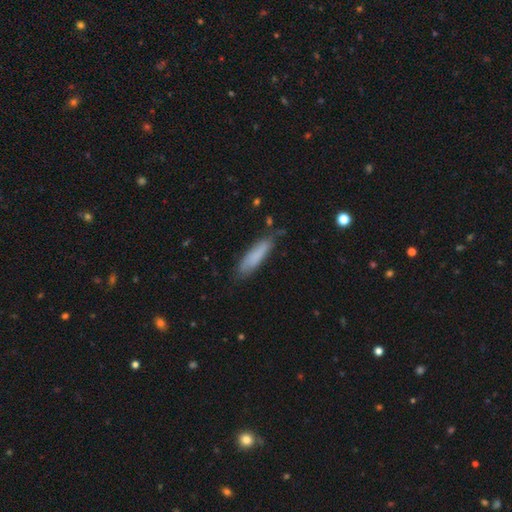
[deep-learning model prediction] smooth-or-featured: smooth: 80% | featured or disk: 13% | star or artifact: 7%
  how-rounded: cigar-shaped: 72% | in between: 26% | round: 1%
  merging: none: 76% | minor disturbance: 18% | major disturbance: 4% | merger: 2%